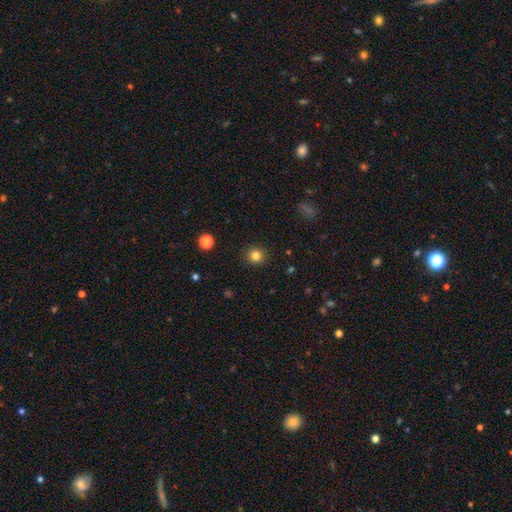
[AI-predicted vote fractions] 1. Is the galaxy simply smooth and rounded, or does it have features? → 82% smooth, 12% star or artifact, 5% featured or disk.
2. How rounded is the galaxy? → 90% round, 9% in between, 1% cigar-shaped.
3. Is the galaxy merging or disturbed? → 91% none, 6% minor disturbance, 2% major disturbance, 1% merger.